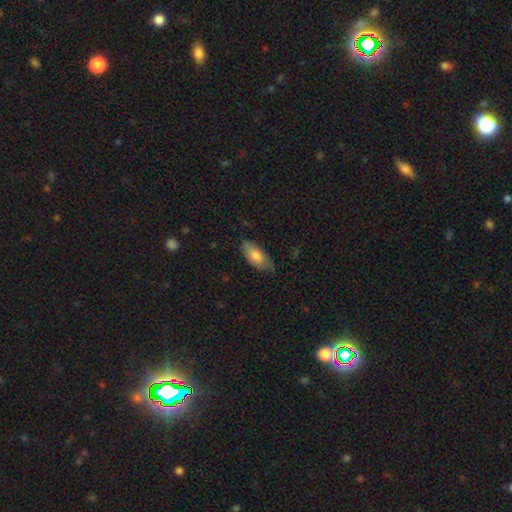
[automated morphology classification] The model was most divided on "merging": none: 69%, minor disturbance: 25%, major disturbance: 5%, merger: 1%. More confident: how rounded — in between (84%); smooth or featured — smooth (72%).